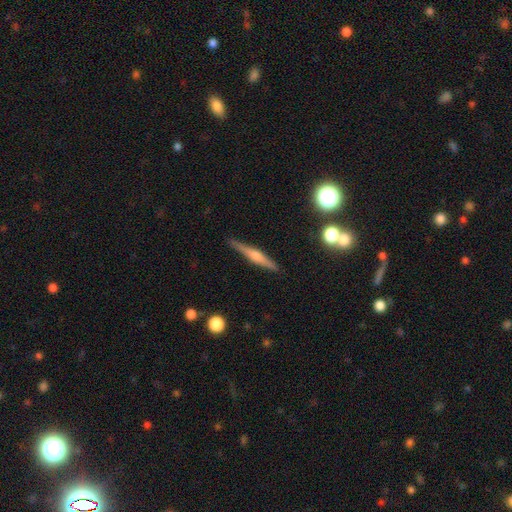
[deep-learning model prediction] Overall: featured or disk (72%). Edge-on disk: yes (98%). Edge-on bulge: rounded (83%). Merging: none (90%).